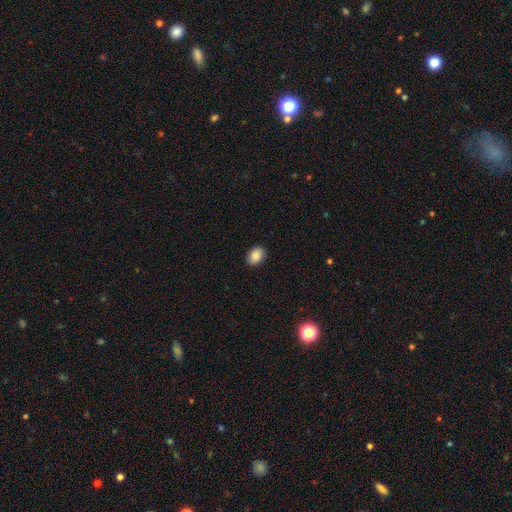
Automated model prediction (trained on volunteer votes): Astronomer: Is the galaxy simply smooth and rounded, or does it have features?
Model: smooth — 86%.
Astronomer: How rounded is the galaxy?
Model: in between — 66%.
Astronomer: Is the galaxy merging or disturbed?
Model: none — 86%.